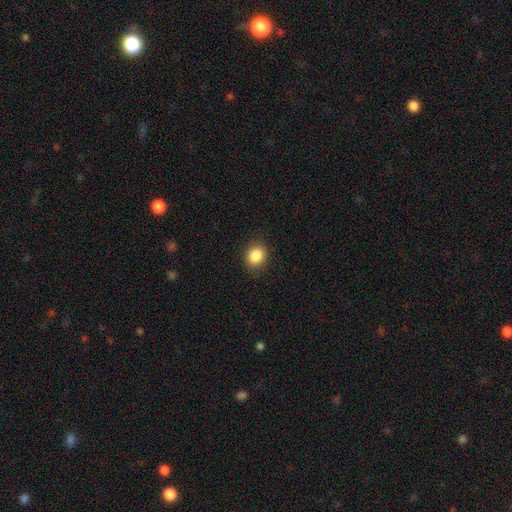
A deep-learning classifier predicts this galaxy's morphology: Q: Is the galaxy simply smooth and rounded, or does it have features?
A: smooth — 87%.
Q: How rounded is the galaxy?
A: round — 57%.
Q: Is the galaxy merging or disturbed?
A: none — 88%.